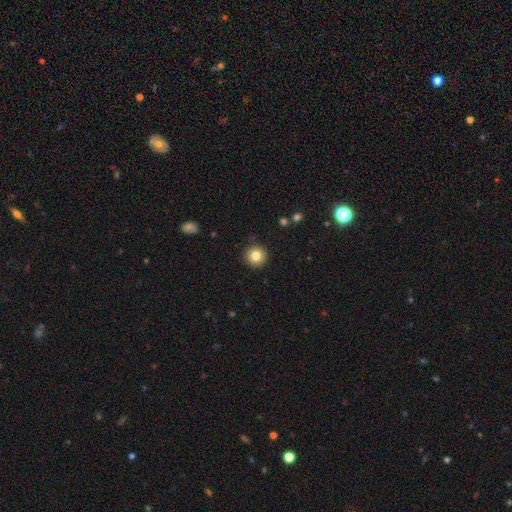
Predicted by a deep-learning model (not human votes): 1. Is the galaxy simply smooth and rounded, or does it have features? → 81% smooth, 10% star or artifact, 9% featured or disk.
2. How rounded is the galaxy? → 95% round, 4% in between, 1% cigar-shaped.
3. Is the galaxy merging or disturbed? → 91% none, 6% minor disturbance, 2% major disturbance, 1% merger.